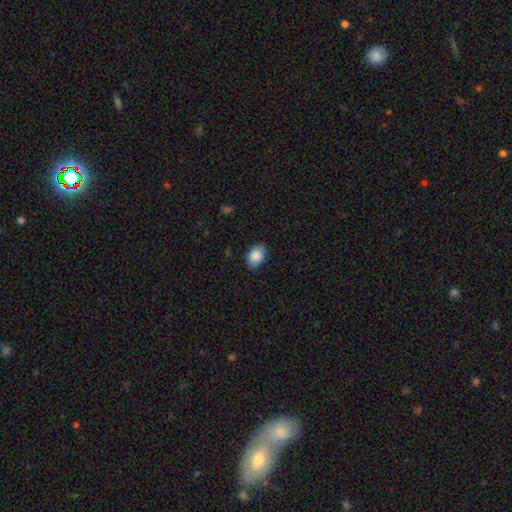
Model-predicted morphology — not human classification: Overall: smooth (88%). How rounded: in between (87%). Merging: none (86%).